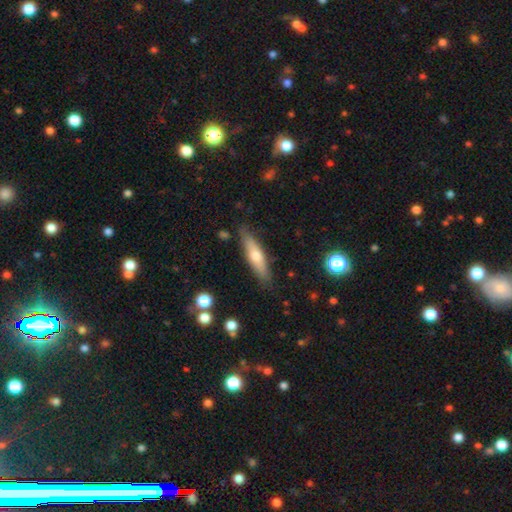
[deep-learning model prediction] A smooth galaxy with no disk features (54%) that is cigar-shaped (73%).

Vote fractions:
- Smooth or featured? smooth: 54% / featured or disk: 40% / star or artifact: 6%
- How rounded? cigar-shaped: 73% / in between: 25% / round: 2%
- Merging? none: 85% / minor disturbance: 11% / major disturbance: 2% / merger: 2%